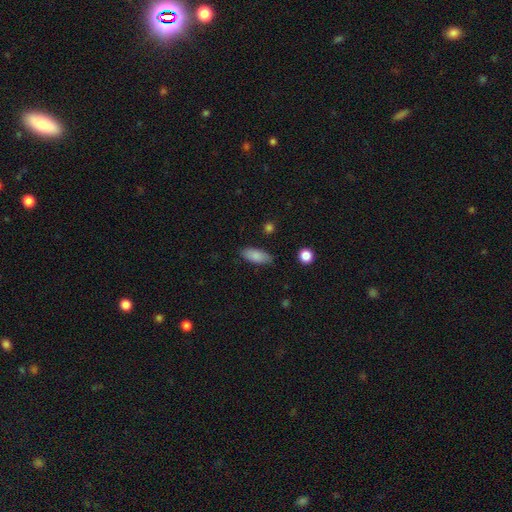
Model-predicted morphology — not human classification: The model was most divided on "how rounded": in between: 83%, cigar-shaped: 15%, round: 3%. More confident: smooth or featured — smooth (85%); merging — none (83%).